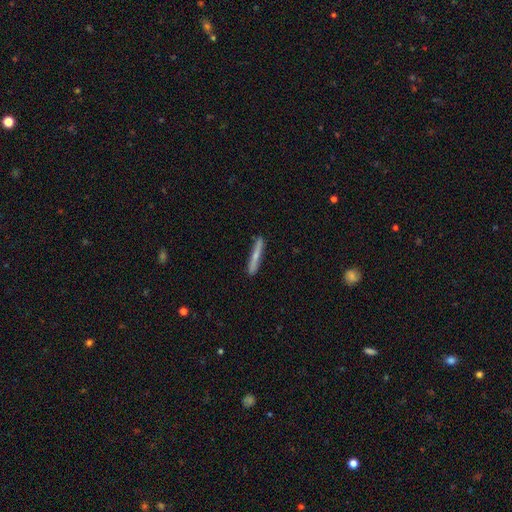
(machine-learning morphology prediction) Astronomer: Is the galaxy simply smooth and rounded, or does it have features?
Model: smooth — 57% (runner-up: featured or disk, 37%).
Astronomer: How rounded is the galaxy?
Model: cigar-shaped — 95%.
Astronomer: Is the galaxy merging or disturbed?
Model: none — 88%.